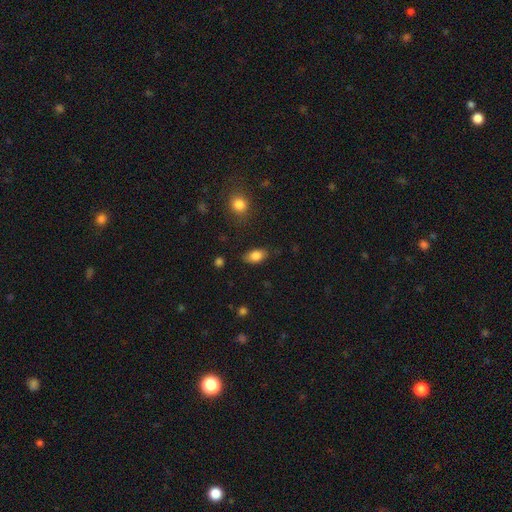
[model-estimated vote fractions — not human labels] smooth_or_featured: smooth (p=0.83) [alt: featured or disk p=0.09]
how_rounded: in between (p=0.89) [alt: round p=0.07]
merging: none (p=0.82) [alt: minor disturbance p=0.13]